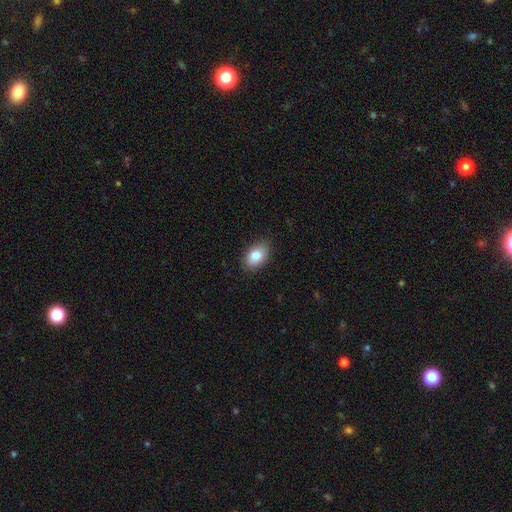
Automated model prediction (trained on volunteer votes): A smooth galaxy with no disk features (85%) that is in between round and cigar-shaped (89%). Merging: none (86%).